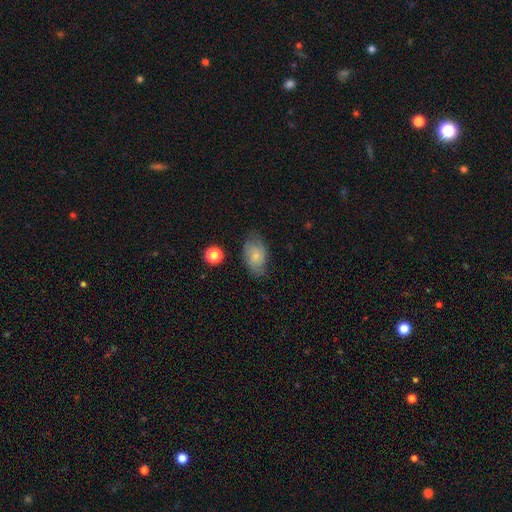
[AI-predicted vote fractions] smooth_or_featured: smooth (p=0.63) [alt: featured or disk p=0.29]
how_rounded: in between (p=0.88) [alt: round p=0.10]
merging: none (p=0.67) [alt: minor disturbance p=0.24]